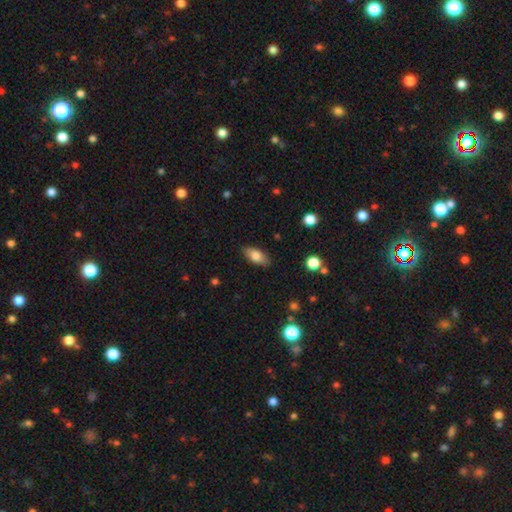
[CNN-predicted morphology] This appears to be a smooth galaxy with no disk features (80%) that is in between round and cigar-shaped (89%). Merging: none (86%).